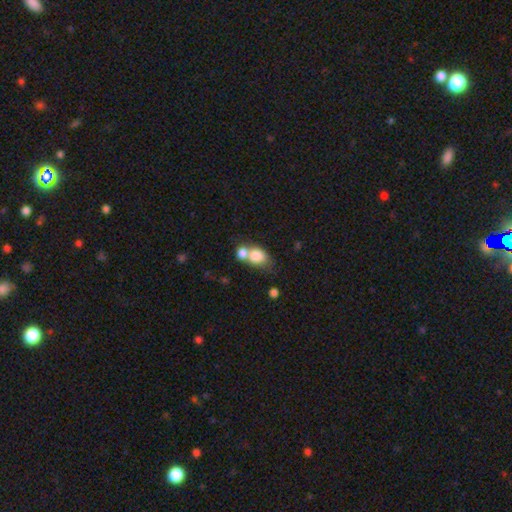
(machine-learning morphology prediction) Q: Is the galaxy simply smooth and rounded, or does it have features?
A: smooth — 79%.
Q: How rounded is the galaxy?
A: in between — 56%.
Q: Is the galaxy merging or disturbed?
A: merger — 58%.